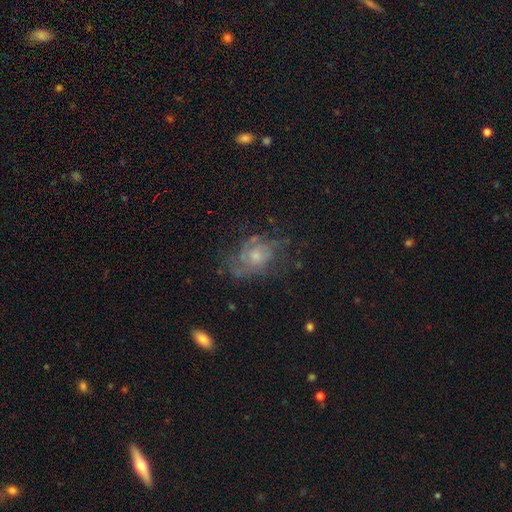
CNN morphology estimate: smooth_or_featured: featured or disk (p=0.68) [alt: smooth p=0.21]
disk_edge_on: no (p=0.97) [alt: yes p=0.03]
bar: no (p=0.78) [alt: weak p=0.20]
has_spiral_arms: yes (p=0.77) [alt: no p=0.23]
spiral_winding: tight (p=0.42) [alt: medium p=0.40]
spiral_arm_count: can't tell (p=0.46) [alt: 2 p=0.23]
bulge_size: small (p=0.44) [alt: moderate p=0.41]
merging: none (p=0.57) [alt: minor disturbance p=0.21]